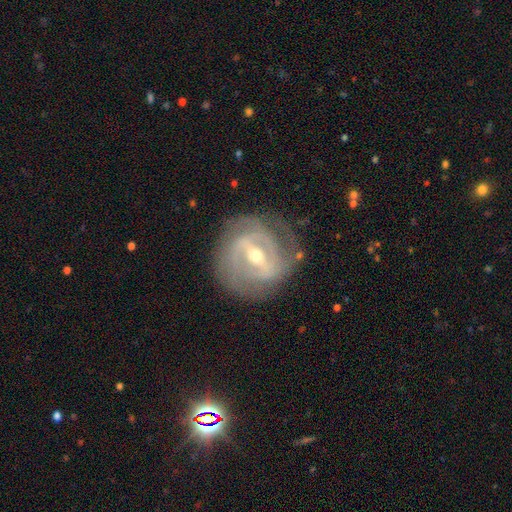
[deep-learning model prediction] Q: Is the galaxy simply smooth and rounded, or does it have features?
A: featured or disk — 87%.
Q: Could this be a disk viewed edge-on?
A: no — 95%.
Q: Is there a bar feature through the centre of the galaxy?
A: strong — 58%.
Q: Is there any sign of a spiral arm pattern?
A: yes — 87%.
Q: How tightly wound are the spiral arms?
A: tight — 57%.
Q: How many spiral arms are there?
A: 2 — 47%.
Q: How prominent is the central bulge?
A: moderate — 49%.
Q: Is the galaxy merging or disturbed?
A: none — 75%.